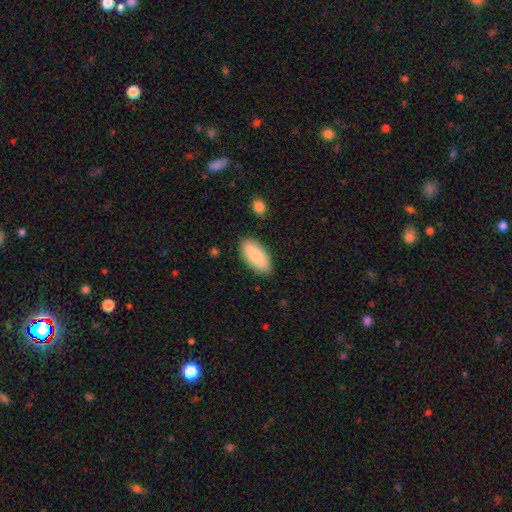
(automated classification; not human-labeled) Morphology: type=smooth (79%); roundness=in between (89%); merging=none (85%).